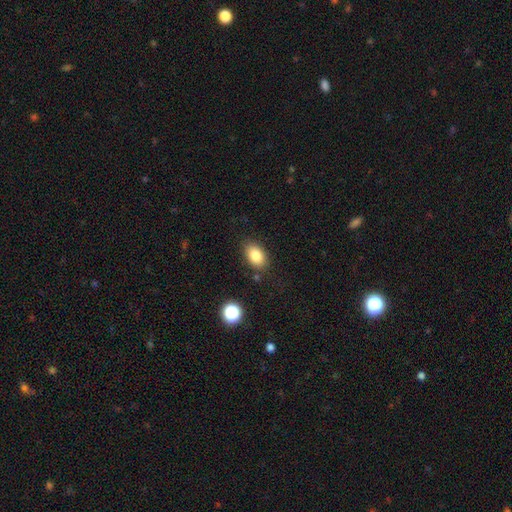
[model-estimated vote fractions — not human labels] smooth-or-featured: smooth: 83% | star or artifact: 9% | featured or disk: 8%
  how-rounded: in between: 86% | round: 12% | cigar-shaped: 1%
  merging: none: 82% | minor disturbance: 12% | major disturbance: 3% | merger: 3%